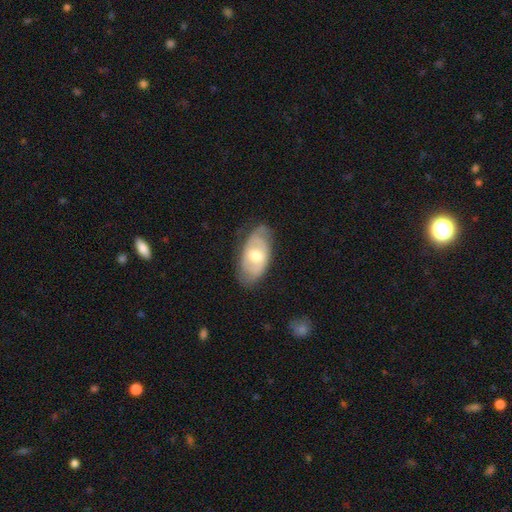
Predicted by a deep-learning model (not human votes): Overall: featured or disk (56%; smooth 38%). Edge-on disk: no (91%). Bar: weak (46%; no 43%). Spiral arms: yes (67%; no 33%). Bulge size: moderate (69%). Merging: none (70%).